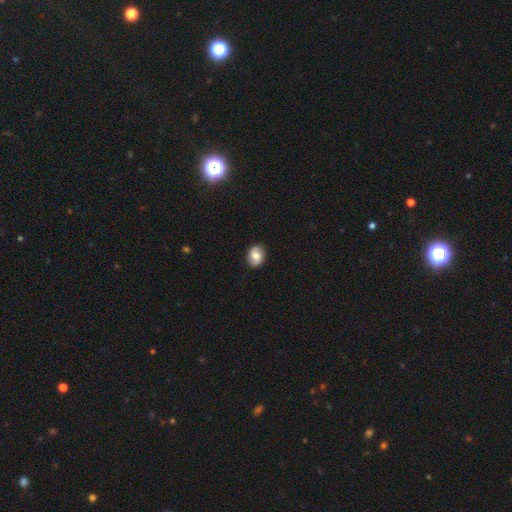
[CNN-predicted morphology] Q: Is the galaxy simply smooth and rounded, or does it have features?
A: smooth — 72%.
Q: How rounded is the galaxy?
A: in between — 69%.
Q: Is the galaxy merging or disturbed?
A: none — 87%.